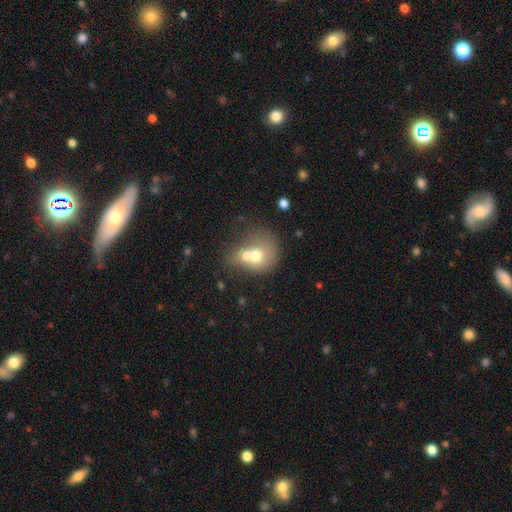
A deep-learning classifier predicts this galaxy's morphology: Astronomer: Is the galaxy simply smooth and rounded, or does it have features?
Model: smooth — 63%.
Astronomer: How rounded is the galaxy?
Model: round — 65%.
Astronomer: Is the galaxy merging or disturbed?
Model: merger — 69%.